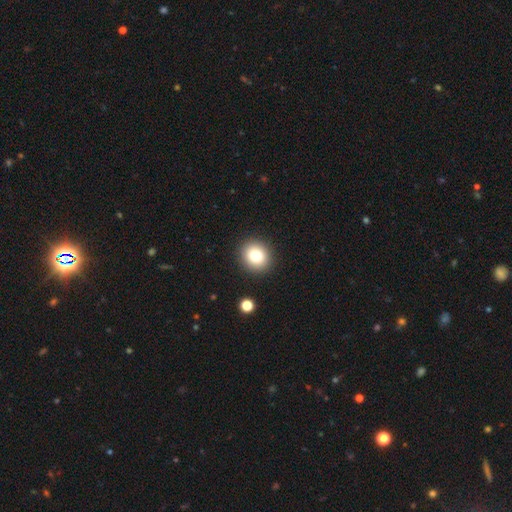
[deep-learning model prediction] A smooth galaxy with no disk features (79%) that is round (84%). Merging: none (91%).